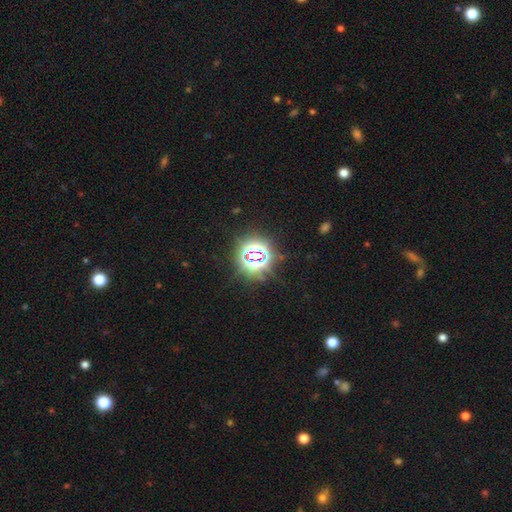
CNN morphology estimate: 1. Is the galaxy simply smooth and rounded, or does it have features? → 77% star or artifact, 14% smooth, 9% featured or disk.